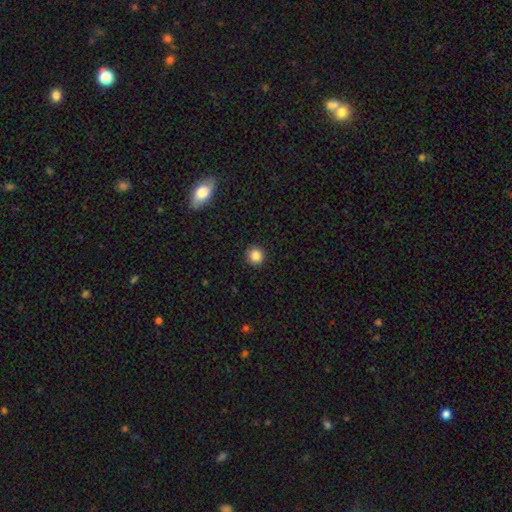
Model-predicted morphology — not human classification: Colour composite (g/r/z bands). It shows a smooth galaxy with no disk features (85%) that is round (94%). Merging: none (92%).